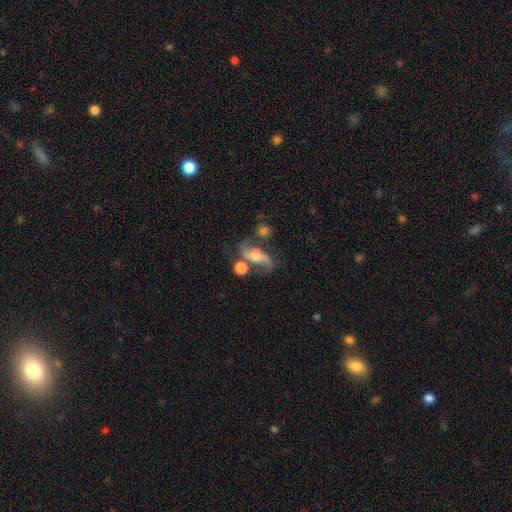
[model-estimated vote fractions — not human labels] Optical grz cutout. It shows a featured or disk galaxy (78%) with no bar (44%), 2 (91%) loose (69%) spiral arms (94%) and a moderate central bulge (49%). Merging: none (51%).